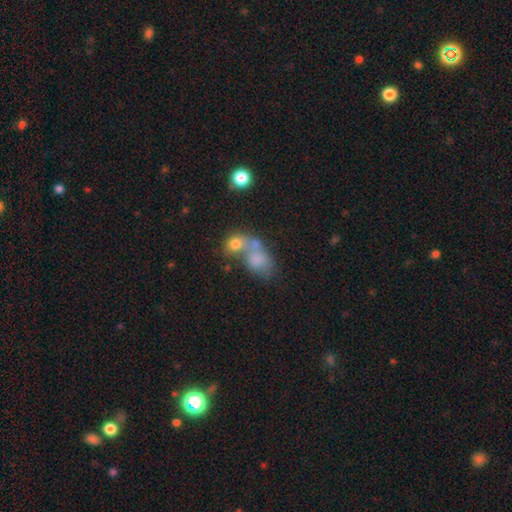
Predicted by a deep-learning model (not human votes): Overall: smooth (65%). How rounded: in between (63%; round 35%). Merging: merger (60%; none 23%).